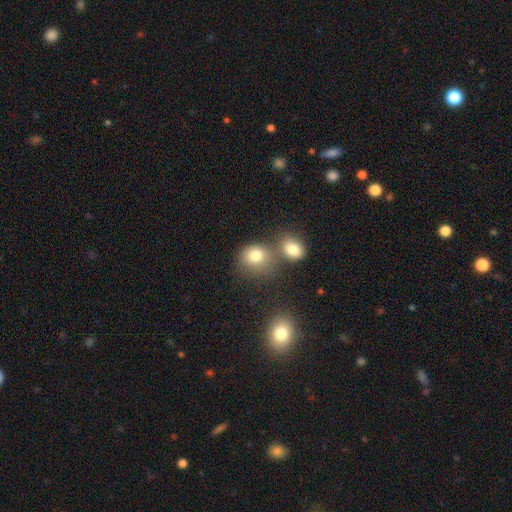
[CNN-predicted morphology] smooth 79%, star or artifact 12%, featured or disk 9%. Down the decision tree: how rounded — round (71%); merging — none (51%).